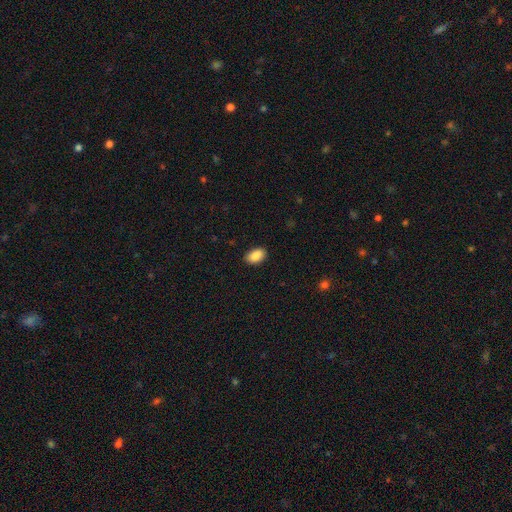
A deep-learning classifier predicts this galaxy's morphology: Smooth or featured? Predicted: smooth (p=0.89). How rounded? Predicted: in between (p=0.92). Merging? Predicted: none (p=0.87).